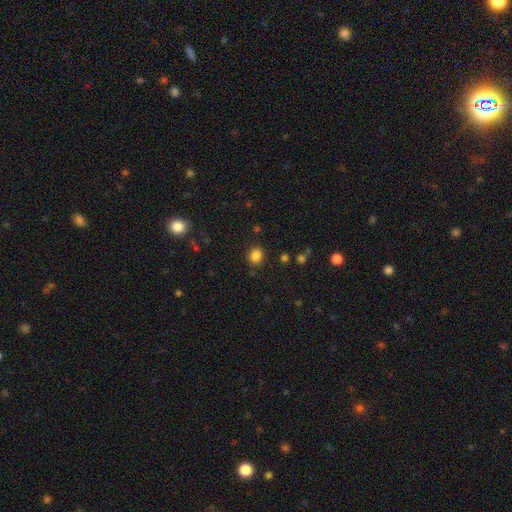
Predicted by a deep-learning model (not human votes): smooth 84%, star or artifact 12%, featured or disk 4%. Down the decision tree: how rounded — round (72%); merging — none (87%).